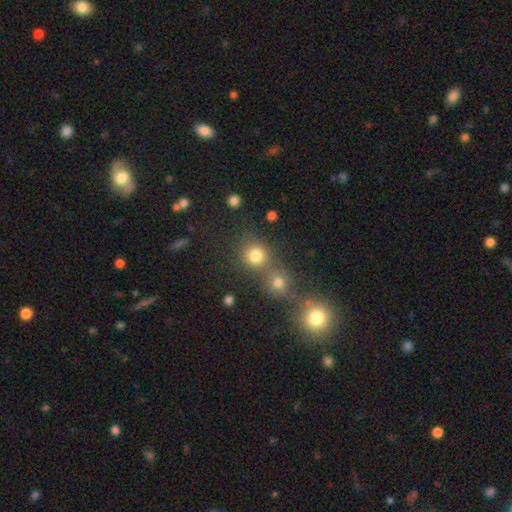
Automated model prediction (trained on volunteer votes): Morphology: type=smooth (78%); roundness=round (87%); merging=none (59%).